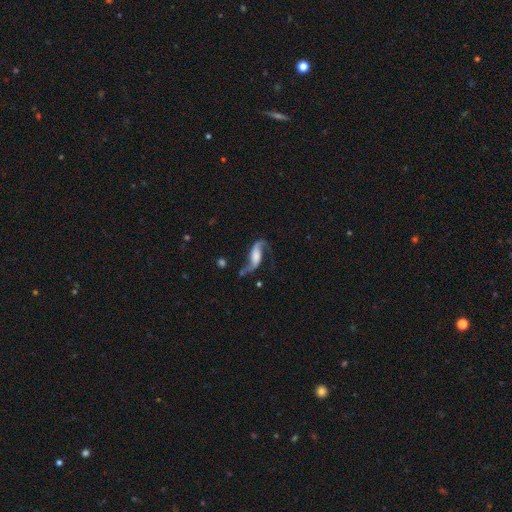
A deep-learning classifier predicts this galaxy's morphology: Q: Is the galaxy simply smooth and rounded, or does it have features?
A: featured or disk — 82%.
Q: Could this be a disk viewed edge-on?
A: no — 93%.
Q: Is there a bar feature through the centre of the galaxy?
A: no — 42%.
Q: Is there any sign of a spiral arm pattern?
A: yes — 95%.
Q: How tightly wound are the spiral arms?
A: loose — 78%.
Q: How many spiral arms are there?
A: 2 — 91%.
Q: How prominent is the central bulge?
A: large — 30%.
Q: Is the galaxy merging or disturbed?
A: none — 59%.